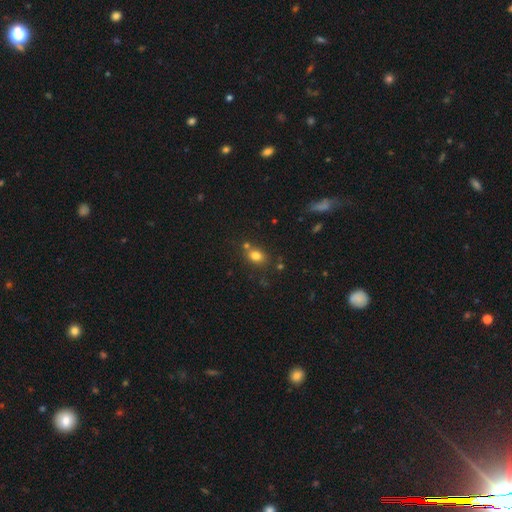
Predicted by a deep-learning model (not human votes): smooth 79%, star or artifact 13%, featured or disk 8%. Down the decision tree: how rounded — in between (56%); merging — none (68%).